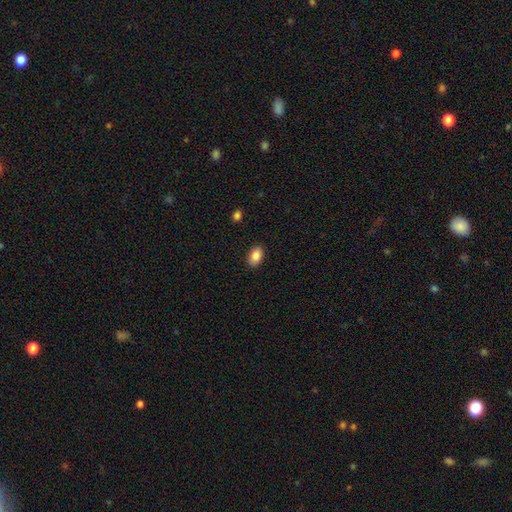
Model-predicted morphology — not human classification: This appears to be a smooth galaxy with no disk features (86%) that is in between round and cigar-shaped (90%). Merging: none (89%).